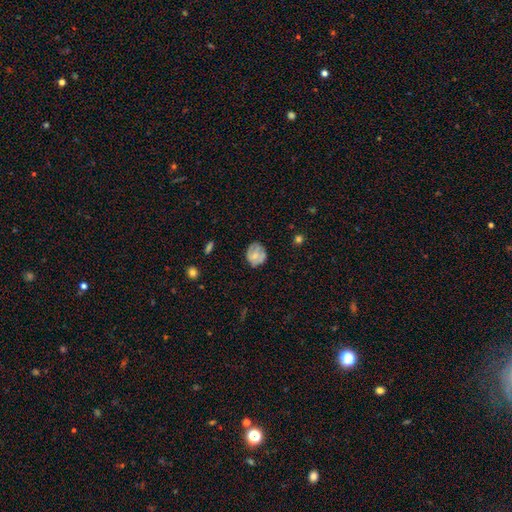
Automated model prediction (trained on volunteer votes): Overall: smooth (55%; featured or disk 37%). How rounded: round (69%; in between 30%). Merging: none (67%).